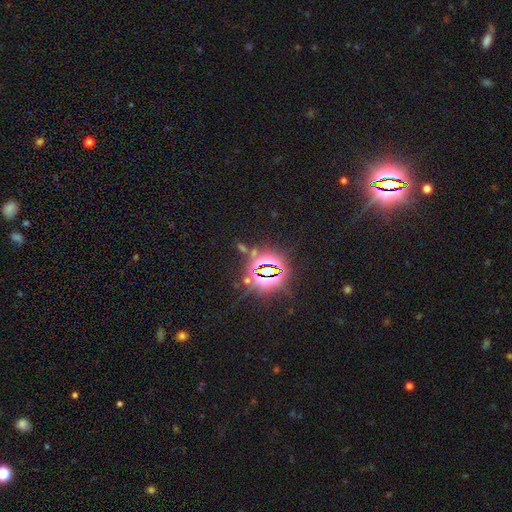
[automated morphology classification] Overall: star or artifact (82%).